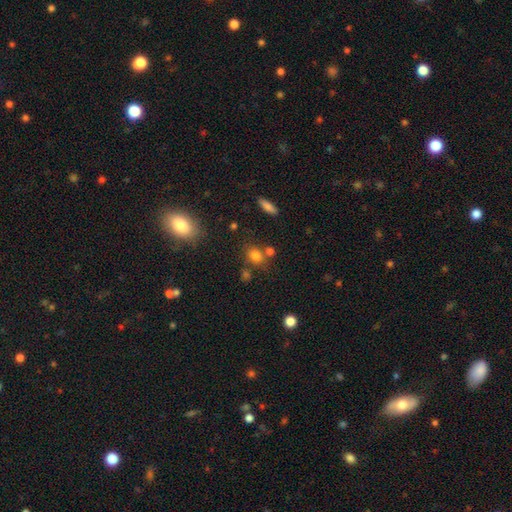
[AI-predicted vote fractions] Q: Smooth or featured?
A: smooth (77%); runner-up: star or artifact (15%)
Q: How rounded?
A: round (61%); runner-up: in between (37%)
Q: Merging?
A: none (63%); runner-up: merger (19%)